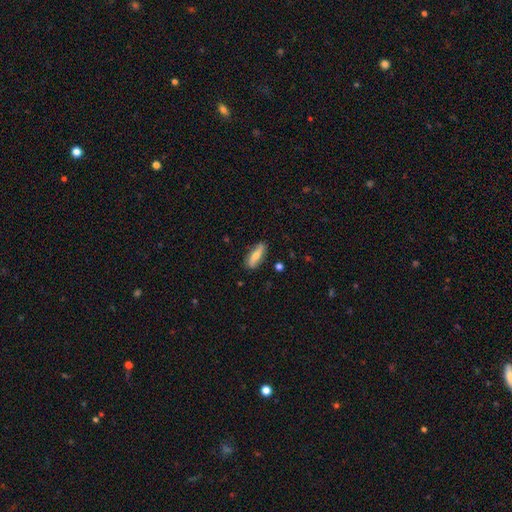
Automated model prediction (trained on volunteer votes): Morphology: type=smooth (54%); roundness=in between (52%); merging=none (83%).